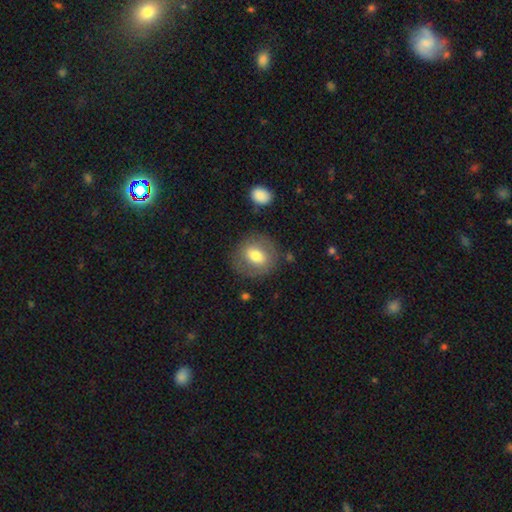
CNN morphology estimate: Smooth or featured: smooth — 66% (featured or disk — 27%)
How rounded: round — 69% (in between — 30%)
Merging: none — 79% (minor disturbance — 13%)